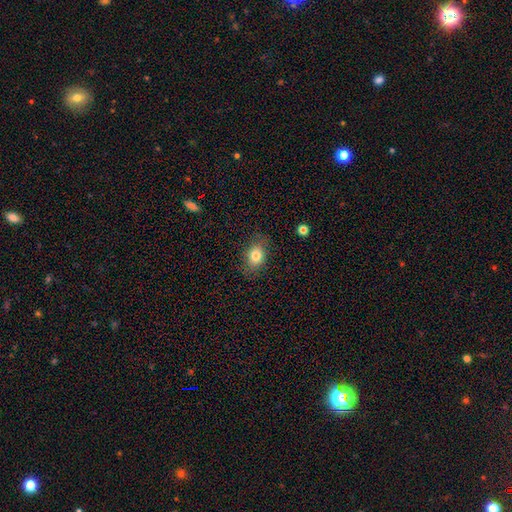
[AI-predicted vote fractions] A smooth galaxy with no disk features (82%) that is in between round and cigar-shaped (68%). Merging: none (79%).